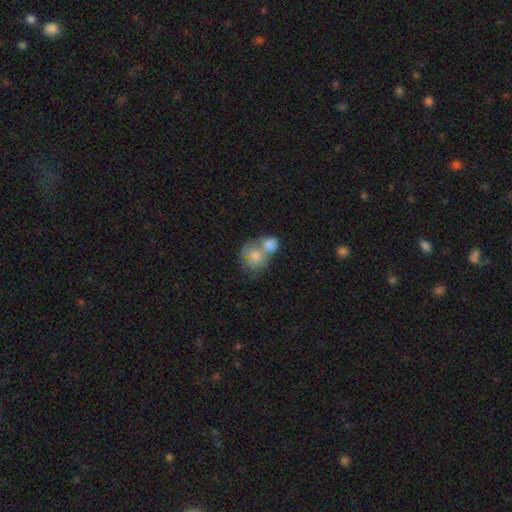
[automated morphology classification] Smooth or featured? smooth (68%)
How rounded? round (66%)
Merging? merger (60%)